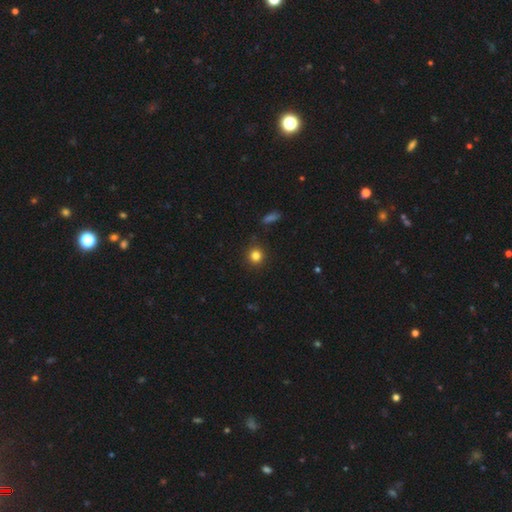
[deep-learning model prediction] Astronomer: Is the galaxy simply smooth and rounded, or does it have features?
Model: smooth — 83%.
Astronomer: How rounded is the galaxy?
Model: round — 90%.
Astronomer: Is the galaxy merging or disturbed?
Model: none — 89%.